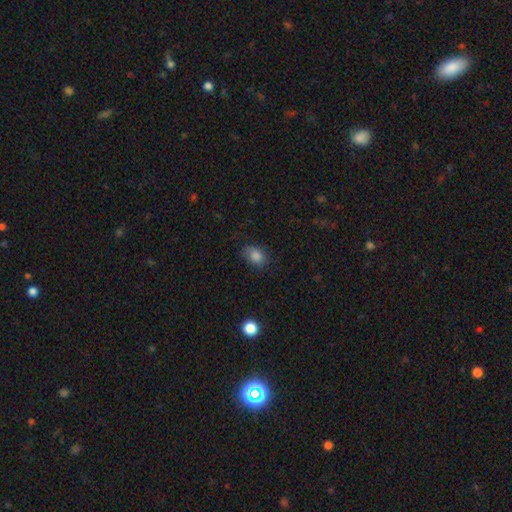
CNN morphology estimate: The model was most divided on "how rounded": in between: 76%, round: 23%, cigar-shaped: 1%. More confident: smooth or featured — smooth (85%); merging — none (76%).